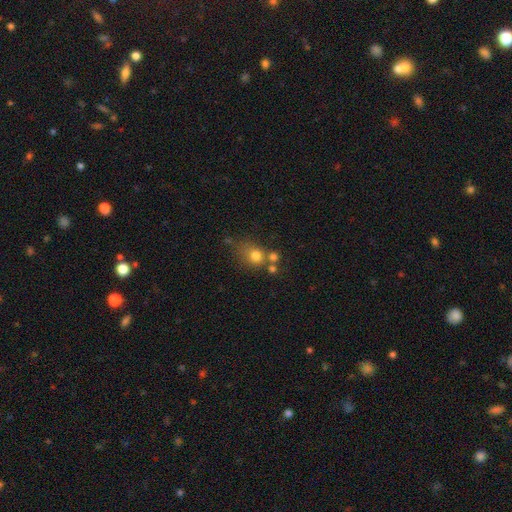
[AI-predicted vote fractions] smooth-or-featured: smooth: 74% | star or artifact: 15% | featured or disk: 12%
  how-rounded: round: 74% | in between: 25% | cigar-shaped: 1%
  merging: none: 49% | merger: 29% | minor disturbance: 14% | major disturbance: 8%